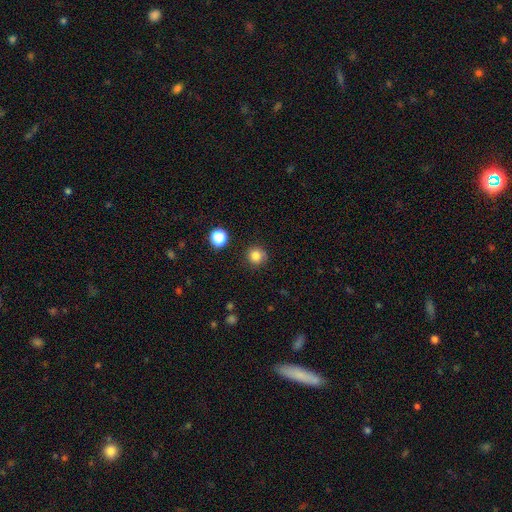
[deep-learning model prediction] smooth-or-featured: smooth: 82% | star or artifact: 13% | featured or disk: 6%
  how-rounded: round: 93% | in between: 7% | cigar-shaped: 1%
  merging: none: 85% | minor disturbance: 10% | major disturbance: 3% | merger: 2%